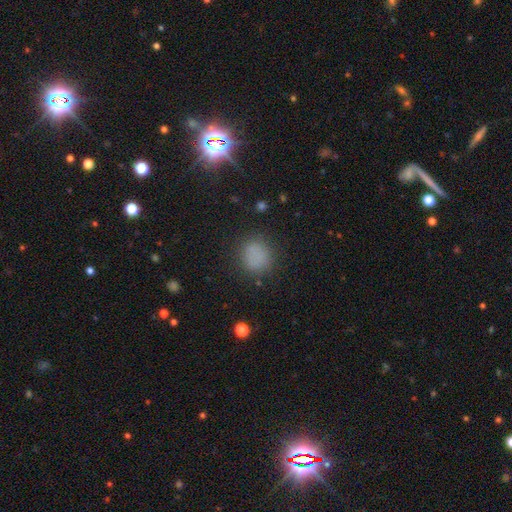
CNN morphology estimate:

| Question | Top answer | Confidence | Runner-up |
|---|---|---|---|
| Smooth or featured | smooth | 78% | star or artifact (16%) |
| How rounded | round | 82% | in between (17%) |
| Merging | none | 82% | minor disturbance (11%) |